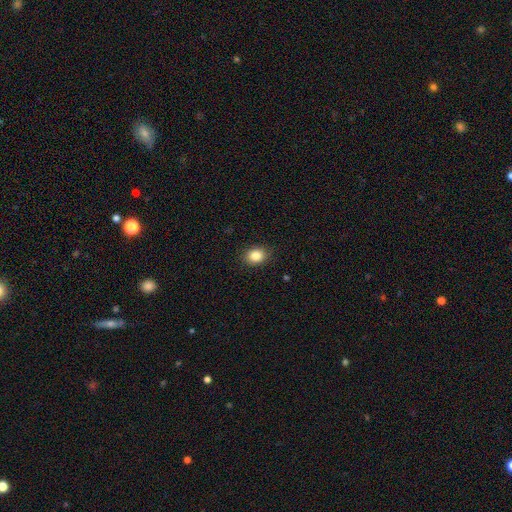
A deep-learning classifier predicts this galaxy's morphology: Overall: smooth (85%). How rounded: in between (53%; round 46%). Merging: none (89%).